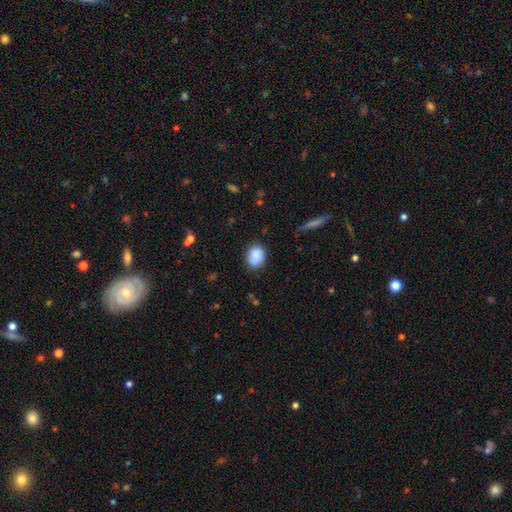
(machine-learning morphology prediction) Smooth or featured? smooth (81%)
How rounded? in between (50%)
Merging? none (64%)